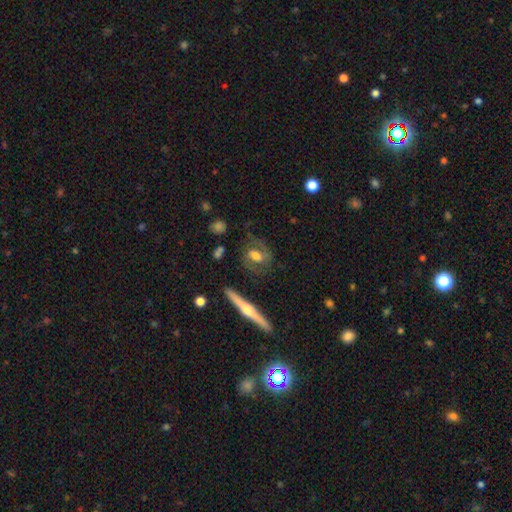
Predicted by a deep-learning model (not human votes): smooth_or_featured: featured or disk (p=0.69) [alt: smooth p=0.24]
disk_edge_on: no (p=0.84) [alt: yes p=0.16]
bar: weak (p=0.40) [alt: no p=0.39]
has_spiral_arms: yes (p=0.75) [alt: no p=0.25]
bulge_size: moderate (p=0.56) [alt: large p=0.25]
merging: none (p=0.70) [alt: minor disturbance p=0.17]